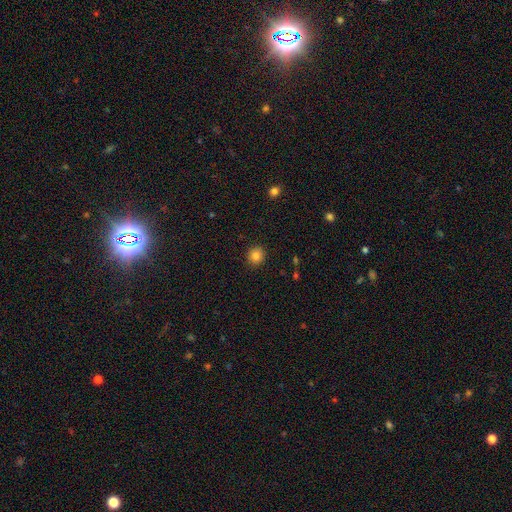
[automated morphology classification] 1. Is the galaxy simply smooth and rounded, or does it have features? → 83% smooth, 11% star or artifact, 6% featured or disk.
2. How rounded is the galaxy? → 89% round, 10% in between, 1% cigar-shaped.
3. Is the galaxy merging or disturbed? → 91% none, 7% minor disturbance, 2% major disturbance, 1% merger.